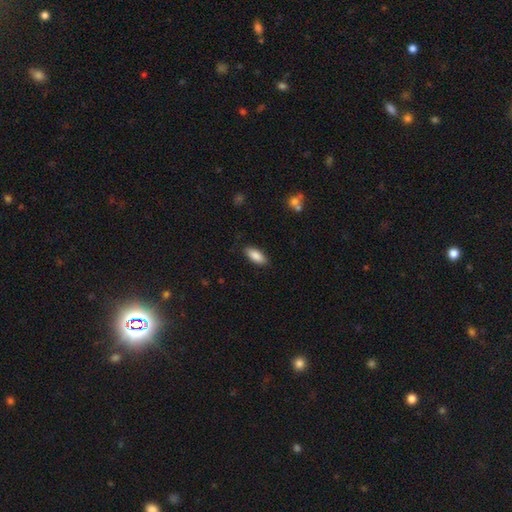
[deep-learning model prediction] Smooth or featured?
  - smooth: 87% *
  - featured or disk: 7%
  - star or artifact: 6%
How rounded?
  - in between: 83% *
  - cigar-shaped: 15%
  - round: 2%
Merging?
  - none: 86% *
  - minor disturbance: 10%
  - major disturbance: 2%
  - merger: 1%